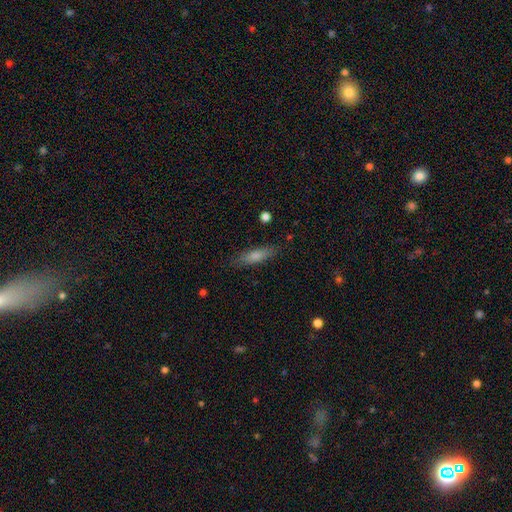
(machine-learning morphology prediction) Overall: smooth (76%). How rounded: cigar-shaped (64%; in between 34%). Merging: none (81%).